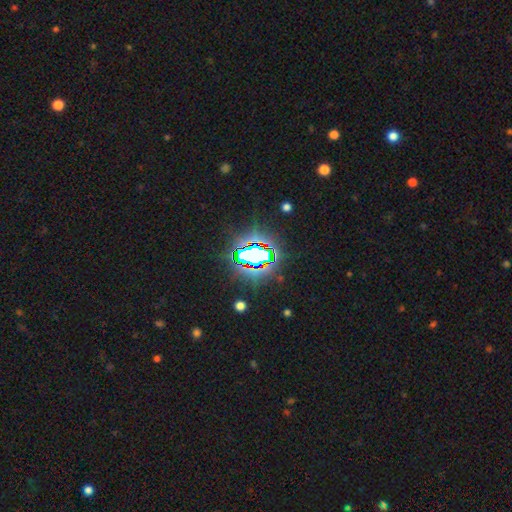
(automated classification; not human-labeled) Morphology: type=star or artifact (81%).